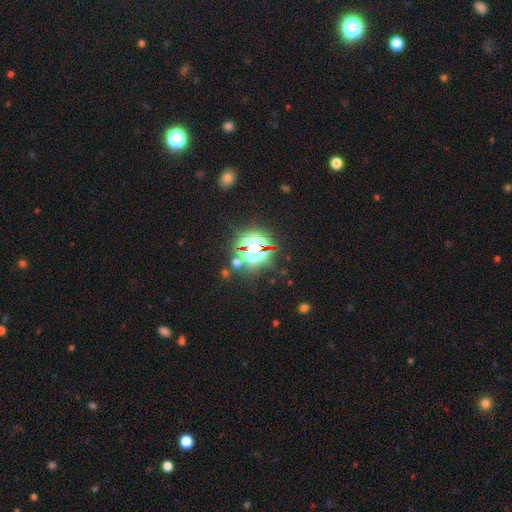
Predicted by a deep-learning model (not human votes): The model was most divided on "smooth or featured": star or artifact: 77%, smooth: 15%, featured or disk: 9%.